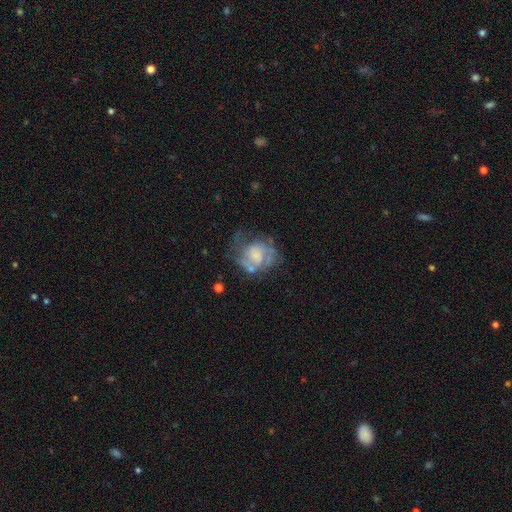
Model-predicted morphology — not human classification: type=featured or disk (62%); edge-on=no (98%); bar=no (73%); spiral arms=yes (61%); bulge=none (30%); merging=none (44%).